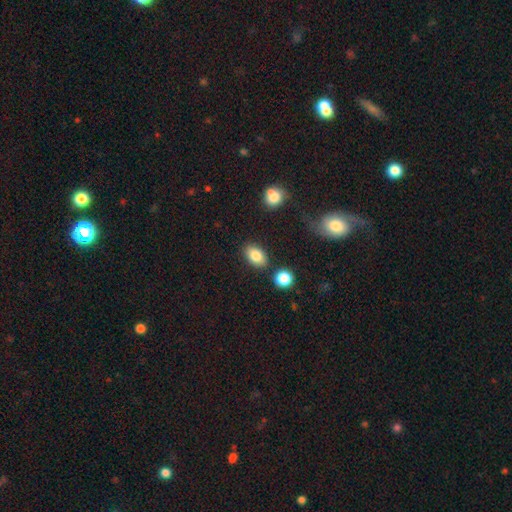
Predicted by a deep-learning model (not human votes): This is clearly a smooth galaxy (83%). How rounded: clearly in between (86%). Merging: clearly none (83%).